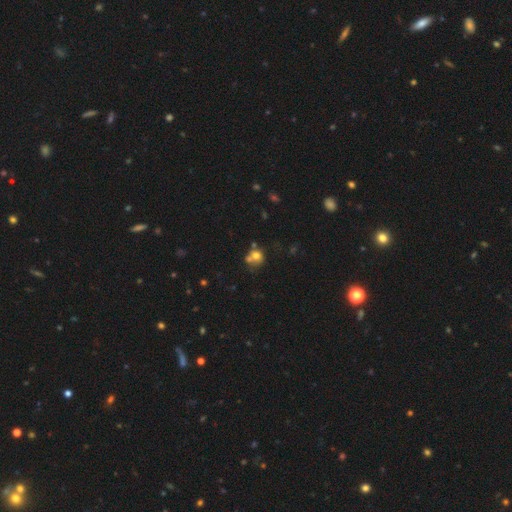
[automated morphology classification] Overall: smooth (69%). How rounded: round (74%). Merging: merger (40%; none 38%).